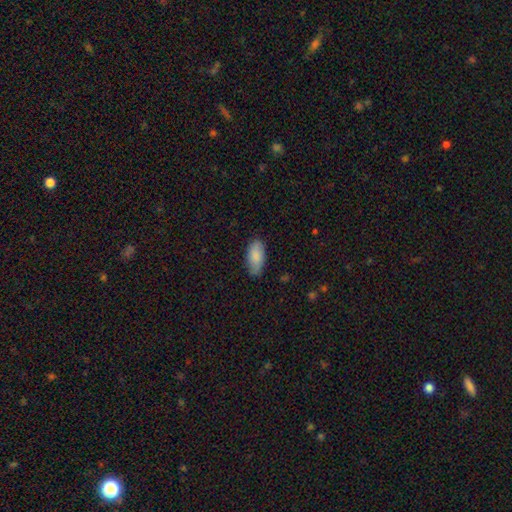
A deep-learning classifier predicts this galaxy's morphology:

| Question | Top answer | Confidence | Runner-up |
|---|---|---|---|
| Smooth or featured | smooth | 86% | featured or disk (8%) |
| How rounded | in between | 92% | cigar-shaped (6%) |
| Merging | none | 79% | minor disturbance (17%) |